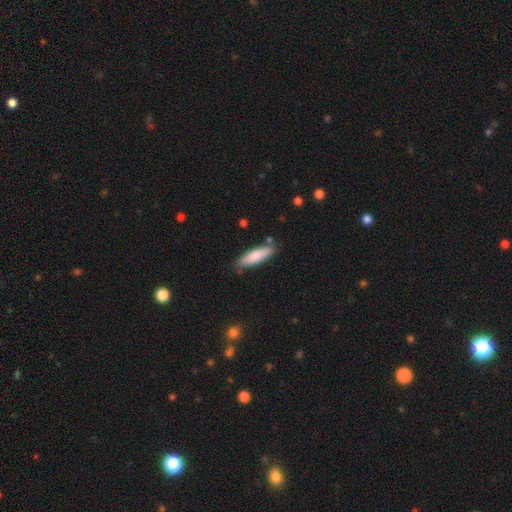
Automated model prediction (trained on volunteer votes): Smooth or featured: smooth — 80% (featured or disk — 15%)
How rounded: cigar-shaped — 60% (in between — 38%)
Merging: none — 79% (minor disturbance — 15%)